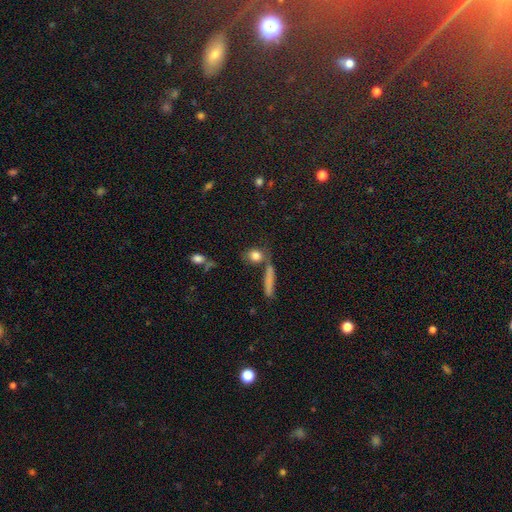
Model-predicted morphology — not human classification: Smooth or featured?
  - smooth: 80% *
  - star or artifact: 10%
  - featured or disk: 10%
How rounded?
  - round: 64% *
  - in between: 26%
  - cigar-shaped: 10%
Merging?
  - none: 65% *
  - merger: 17%
  - minor disturbance: 12%
  - major disturbance: 6%